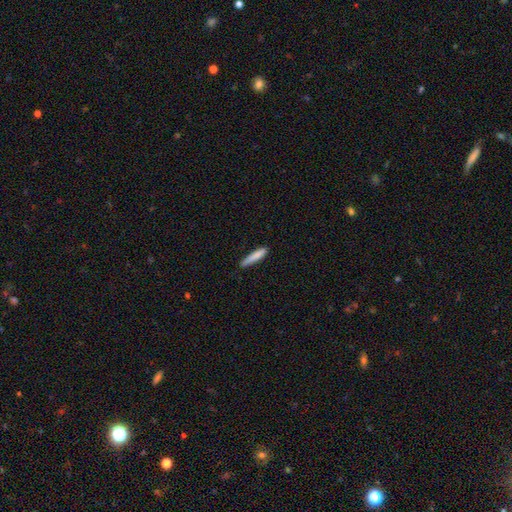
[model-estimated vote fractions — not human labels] Morphology: type=smooth (80%); roundness=cigar-shaped (90%); merging=none (77%).